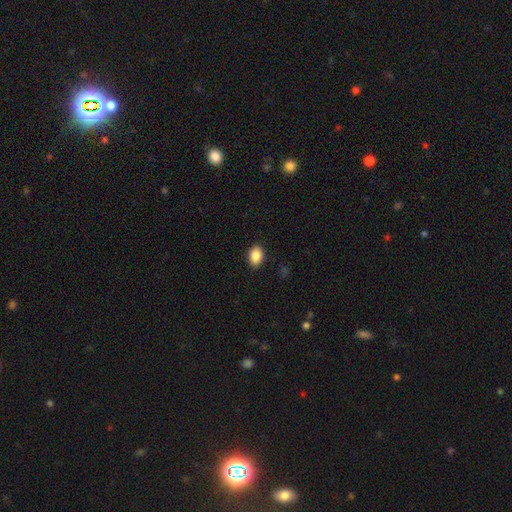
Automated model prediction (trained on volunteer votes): Smooth or featured: smooth — 87% (star or artifact — 8%)
How rounded: in between — 75% (round — 24%)
Merging: none — 89% (minor disturbance — 8%)